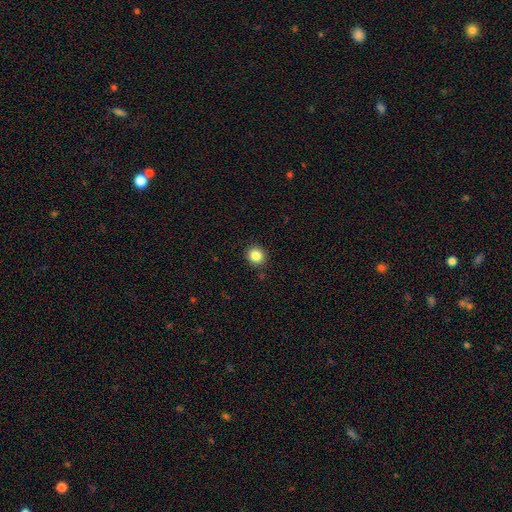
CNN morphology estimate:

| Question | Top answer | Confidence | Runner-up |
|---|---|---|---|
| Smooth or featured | smooth | 85% | star or artifact (10%) |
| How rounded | round | 89% | in between (11%) |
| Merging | none | 89% | minor disturbance (7%) |